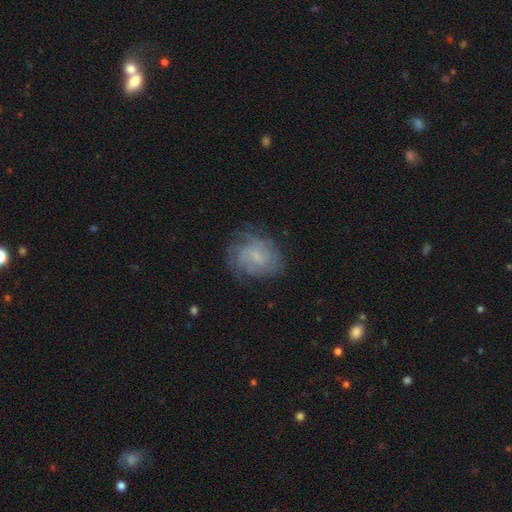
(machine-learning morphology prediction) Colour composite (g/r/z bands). It shows a featured or disk galaxy (63%) with no bar (59%), tight (54%) spiral arms (85%) and a small central bulge (60%). Merging: none (68%).